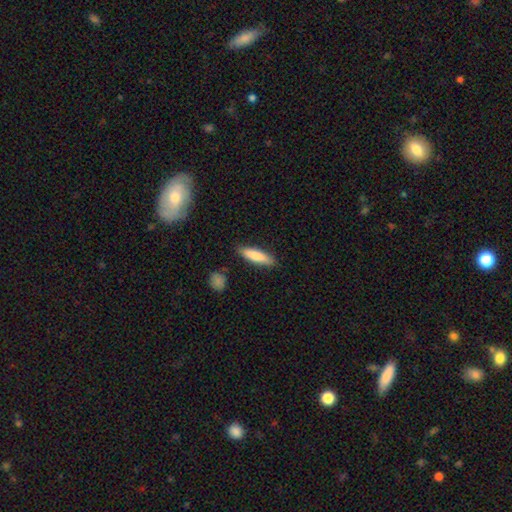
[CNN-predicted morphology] This is clearly a smooth galaxy (80%). How rounded: likely cigar-shaped (67%). Merging: clearly none (86%).